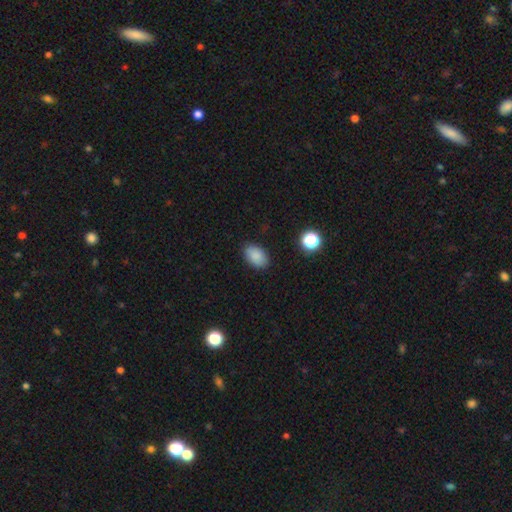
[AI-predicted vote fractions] Overall: smooth (86%). How rounded: in between (88%). Merging: none (86%).